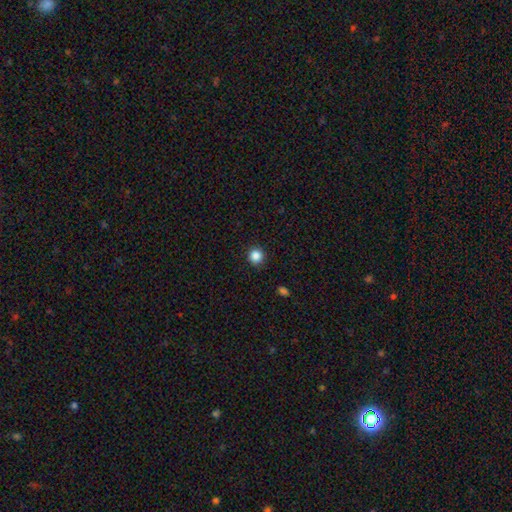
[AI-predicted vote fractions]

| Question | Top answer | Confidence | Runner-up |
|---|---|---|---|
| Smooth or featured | smooth | 86% | star or artifact (11%) |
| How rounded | round | 93% | in between (6%) |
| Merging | none | 91% | minor disturbance (6%) |